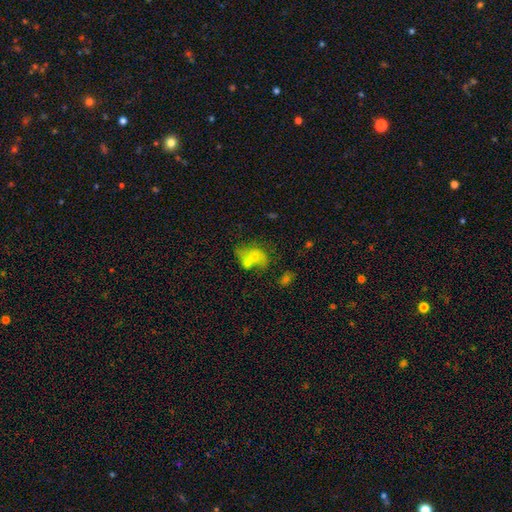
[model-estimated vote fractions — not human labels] This is possibly a smooth galaxy (59%). How rounded: likely in between (72%). Merging: possibly merger (45%).